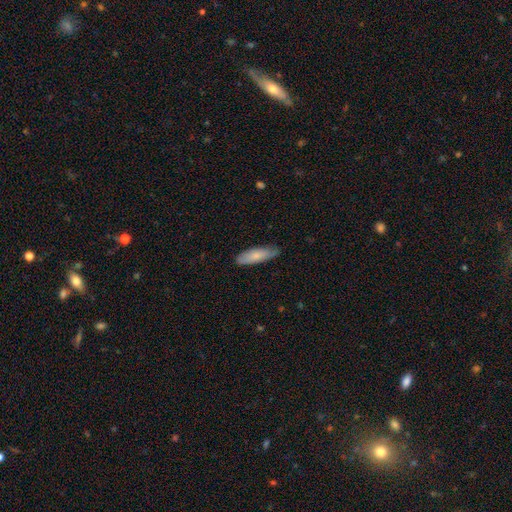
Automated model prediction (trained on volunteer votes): Smooth or featured?
  - smooth: 76% *
  - featured or disk: 19%
  - star or artifact: 5%
How rounded?
  - cigar-shaped: 51% *
  - in between: 48%
  - round: 2%
Merging?
  - none: 77% *
  - minor disturbance: 19%
  - major disturbance: 3%
  - merger: 1%